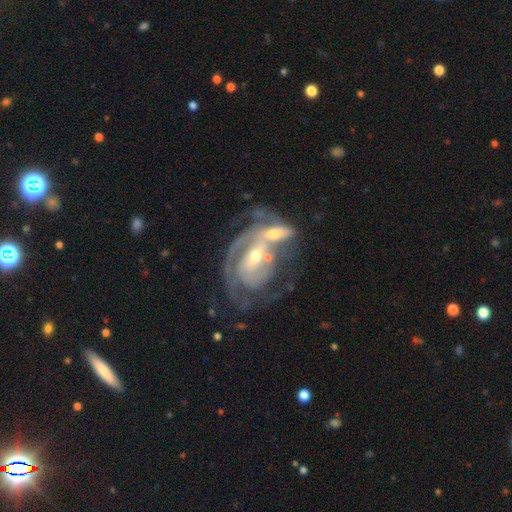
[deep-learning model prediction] Overall: featured or disk (86%). Edge-on disk: no (95%). Bar: no (40%; weak 35%). Spiral arms: yes (92%). Spiral arm count: 2 (44%; can't tell 29%). Spiral winding: tight (62%; medium 29%). Bulge size: moderate (47%, tied with small). Merging: merger (63%).